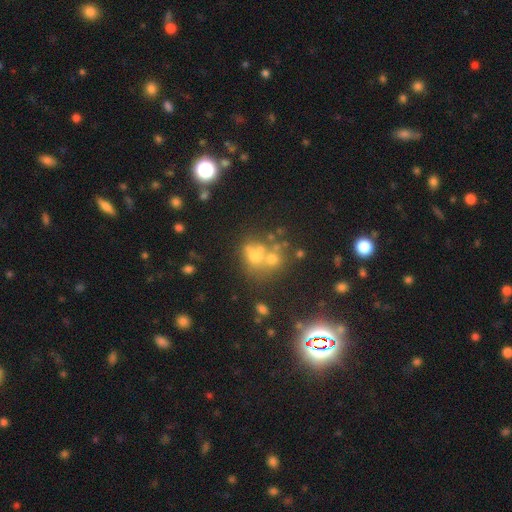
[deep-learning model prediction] smooth-or-featured: smooth: 47% | star or artifact: 28% | featured or disk: 25%
  merging: merger: 43% | none: 38% | minor disturbance: 11% | major disturbance: 8%